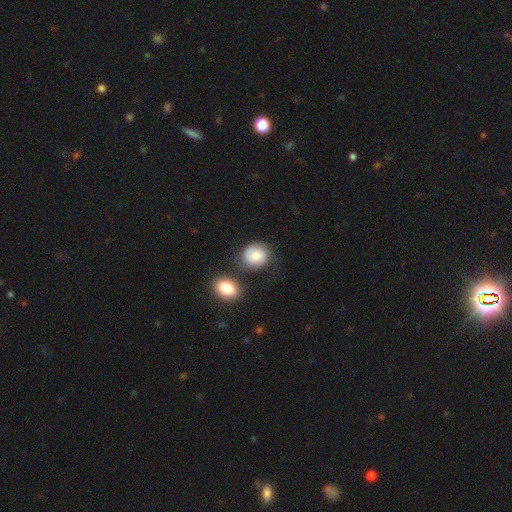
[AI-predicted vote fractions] A smooth galaxy with no disk features (69%) that is round (75%). Merging: none (63%).